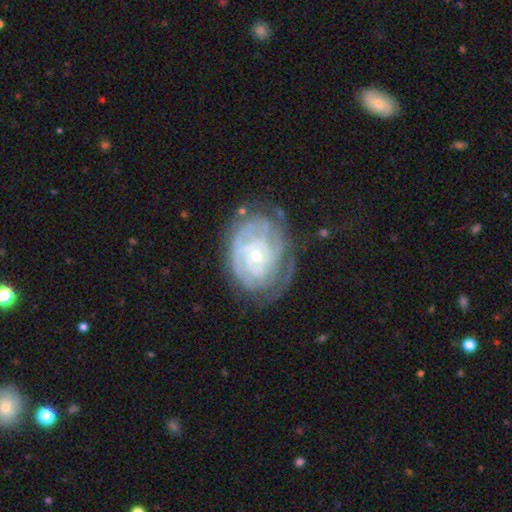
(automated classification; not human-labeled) Q: Smooth or featured?
A: featured or disk (84%); runner-up: smooth (11%)
Q: Edge-on disk?
A: no (97%); runner-up: yes (3%)
Q: Bar?
A: no (74%); runner-up: weak (21%)
Q: Spiral arms?
A: yes (90%); runner-up: no (10%)
Q: Spiral winding?
A: tight (78%); runner-up: medium (17%)
Q: Spiral arm count?
A: can't tell (48%); runner-up: 2 (17%)
Q: Bulge size?
A: small (57%); runner-up: moderate (39%)
Q: Merging?
A: none (63%); runner-up: minor disturbance (23%)